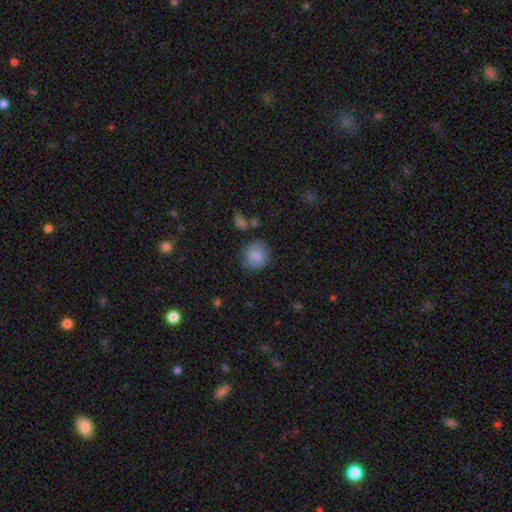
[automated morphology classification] type=smooth (83%); roundness=round (76%); merging=none (78%).